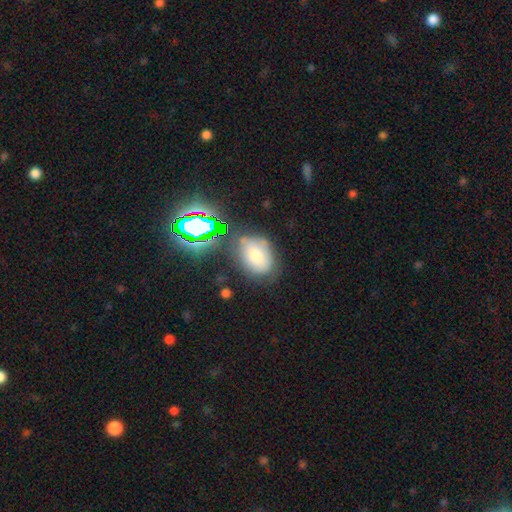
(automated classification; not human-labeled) Smooth or featured: smooth — 58% (star or artifact — 23%)
How rounded: in between — 69% (round — 30%)
Merging: none — 64% (minor disturbance — 23%)